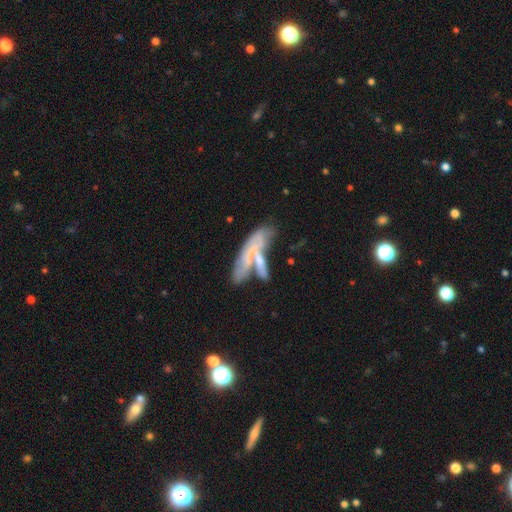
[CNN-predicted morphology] Smooth or featured? Predicted: featured or disk (p=0.52). Edge-on disk? Predicted: no (p=0.64). Merging? Predicted: merger (p=0.49).